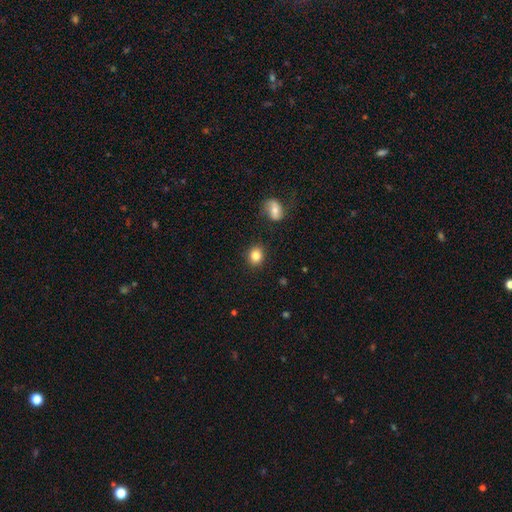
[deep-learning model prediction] Smooth or featured: smooth — 84% (star or artifact — 10%)
How rounded: round — 68% (in between — 31%)
Merging: none — 88% (minor disturbance — 8%)